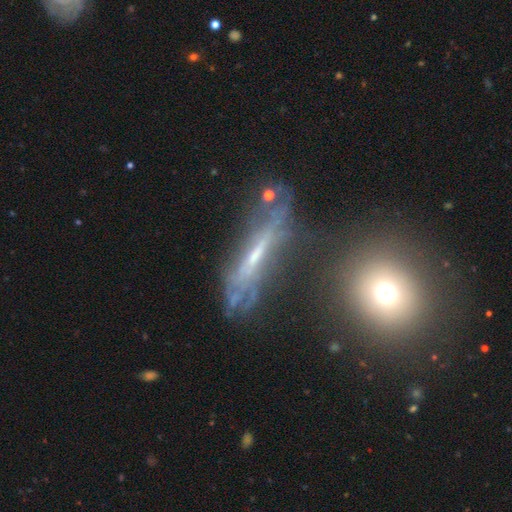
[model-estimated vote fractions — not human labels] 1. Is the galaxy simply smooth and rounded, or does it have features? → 67% featured or disk, 20% smooth, 13% star or artifact.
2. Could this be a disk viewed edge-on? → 58% yes, 42% no.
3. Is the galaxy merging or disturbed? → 53% none, 21% minor disturbance, 17% major disturbance, 9% merger.